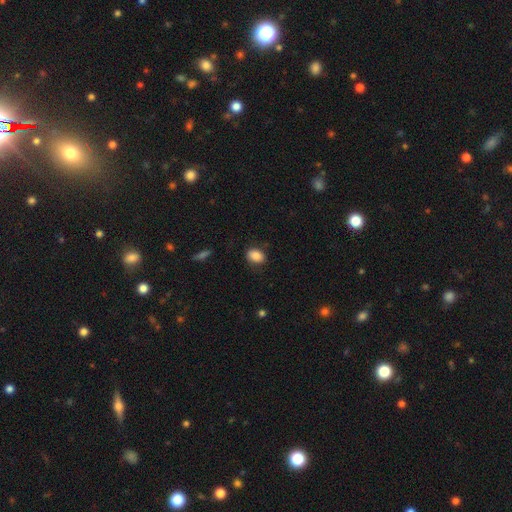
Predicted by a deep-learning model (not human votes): Morphology: type=smooth (87%); roundness=in between (76%); merging=none (83%).